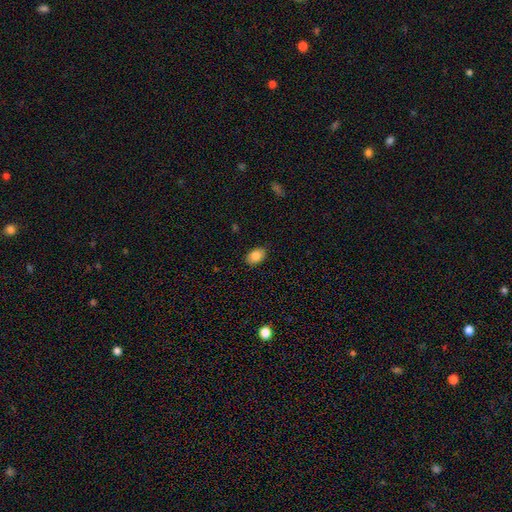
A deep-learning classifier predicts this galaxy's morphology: A smooth galaxy with no disk features (85%) that is in between round and cigar-shaped (87%). Merging: none (87%).